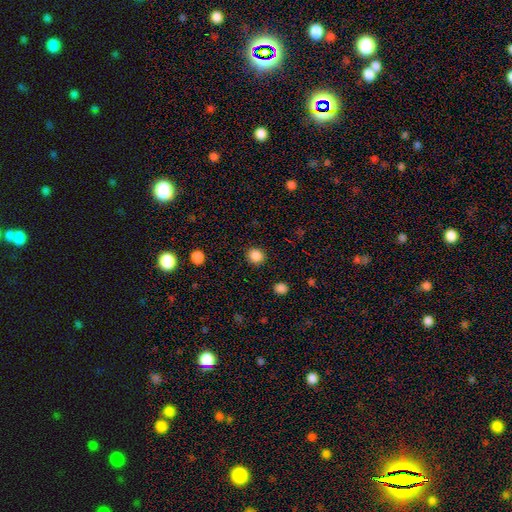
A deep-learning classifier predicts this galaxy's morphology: Smooth or featured?
  - smooth: 87% *
  - star or artifact: 10%
  - featured or disk: 3%
How rounded?
  - round: 85% *
  - in between: 15%
  - cigar-shaped: 1%
Merging?
  - none: 91% *
  - minor disturbance: 6%
  - major disturbance: 2%
  - merger: 1%